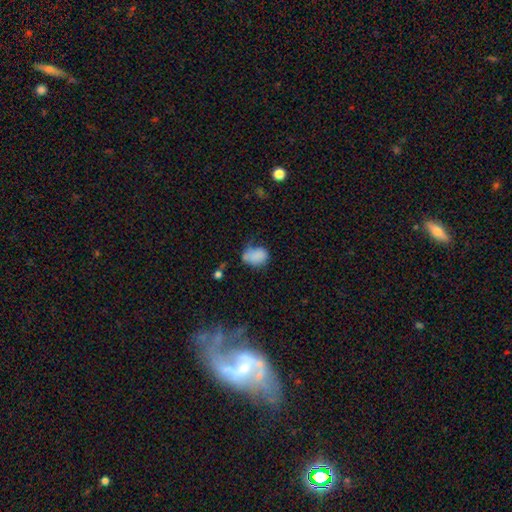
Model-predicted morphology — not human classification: type=smooth (79%); roundness=in between (74%); merging=none (36%).